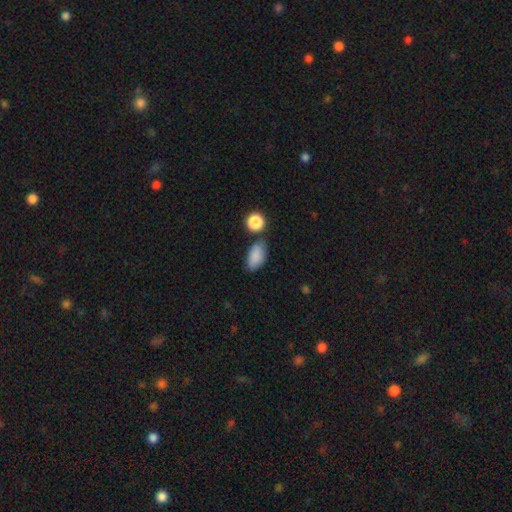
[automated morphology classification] This is clearly a smooth galaxy (87%). How rounded: clearly in between (91%). Merging: likely none (68%).